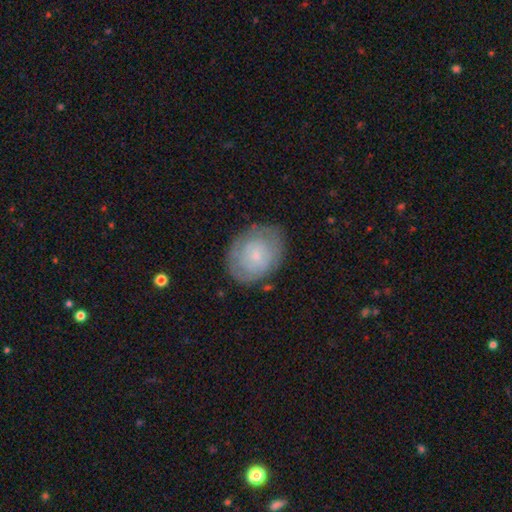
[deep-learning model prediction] Overall: featured or disk (49%; smooth 44%). Merging: none (74%).